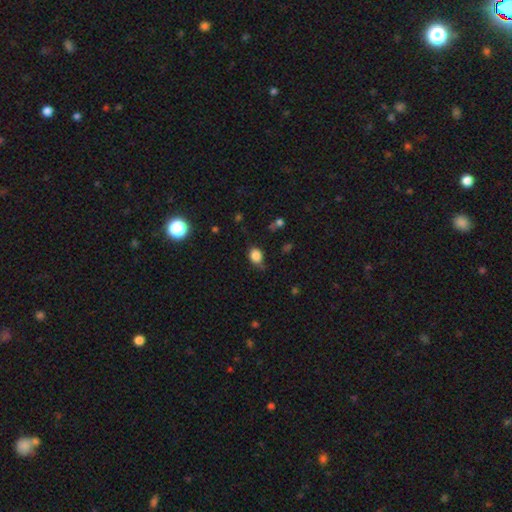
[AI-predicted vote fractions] Smooth or featured: smooth — 83% (star or artifact — 11%)
How rounded: in between — 52% (round — 47%)
Merging: none — 64% (minor disturbance — 28%)